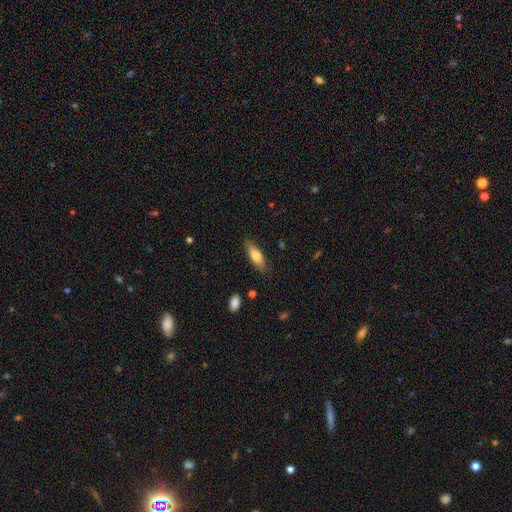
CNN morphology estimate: Q: Smooth or featured?
A: smooth (75%); runner-up: featured or disk (19%)
Q: How rounded?
A: in between (53%); runner-up: cigar-shaped (45%)
Q: Merging?
A: none (82%); runner-up: minor disturbance (13%)